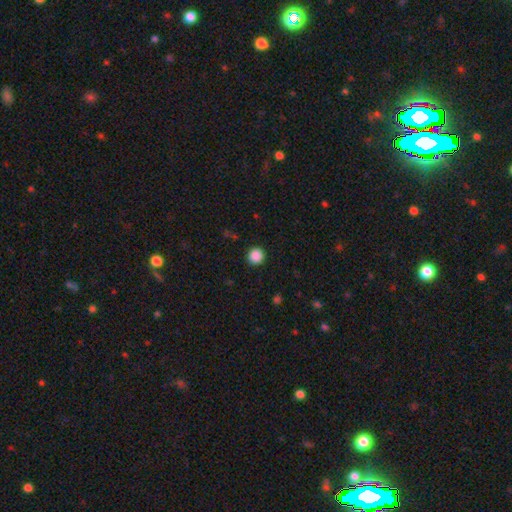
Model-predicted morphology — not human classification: Smooth or featured?
  - smooth: 88% *
  - star or artifact: 10%
  - featured or disk: 2%
How rounded?
  - round: 95% *
  - in between: 4%
  - cigar-shaped: 1%
Merging?
  - none: 92% *
  - minor disturbance: 5%
  - major disturbance: 2%
  - merger: 1%